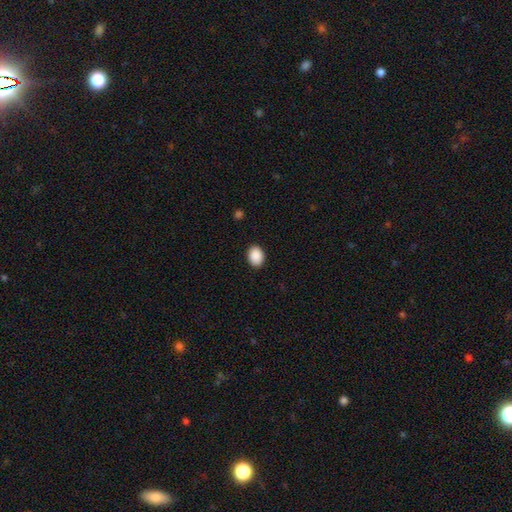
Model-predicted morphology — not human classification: smooth 91%, star or artifact 7%, featured or disk 2%. Down the decision tree: how rounded — in between (73%); merging — none (90%).